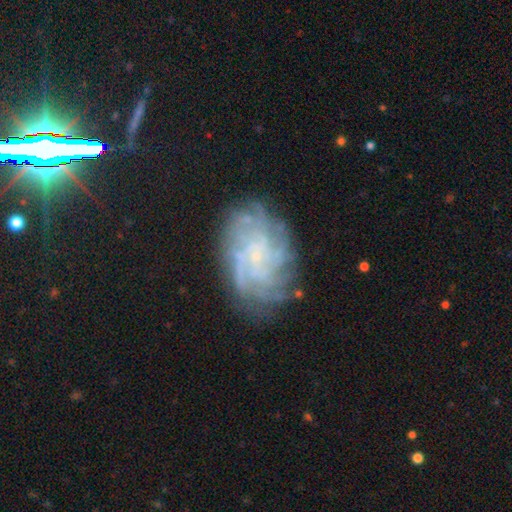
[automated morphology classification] Smooth or featured?
  - featured or disk: 76% *
  - smooth: 13%
  - star or artifact: 11%
Edge-on disk?
  - no: 97% *
  - yes: 3%
Bar?
  - no: 72% *
  - weak: 23%
  - strong: 4%
Spiral arms?
  - yes: 91% *
  - no: 9%
Spiral winding?
  - tight: 60% *
  - medium: 29%
  - loose: 11%
Spiral arm count?
  - can't tell: 36% *
  - more than 4: 23%
  - 4: 18%
  - 3: 9%
  - 2: 8%
  - 1: 7%
Bulge size?
  - small: 77% *
  - none: 12%
  - moderate: 8%
  - large: 1%
  - dominant: 1%
Merging?
  - none: 74% *
  - minor disturbance: 17%
  - major disturbance: 8%
  - merger: 2%